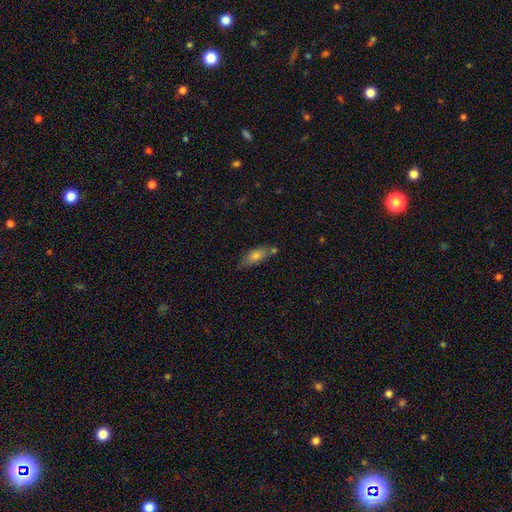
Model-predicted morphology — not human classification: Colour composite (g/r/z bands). It shows a smooth galaxy with no disk features (73%) that is in between round and cigar-shaped (77%). Merging: none (57%).